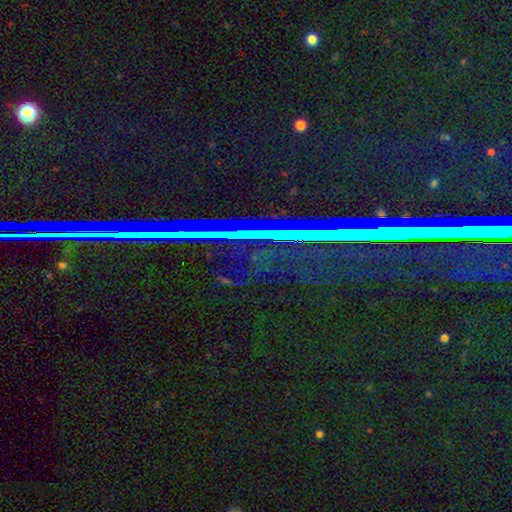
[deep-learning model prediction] Morphology: type=star or artifact (83%).